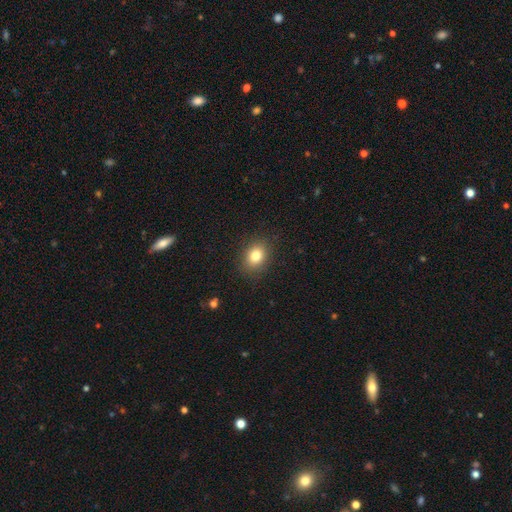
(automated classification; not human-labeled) Smooth or featured? smooth (81%)
How rounded? in between (58%)
Merging? none (87%)